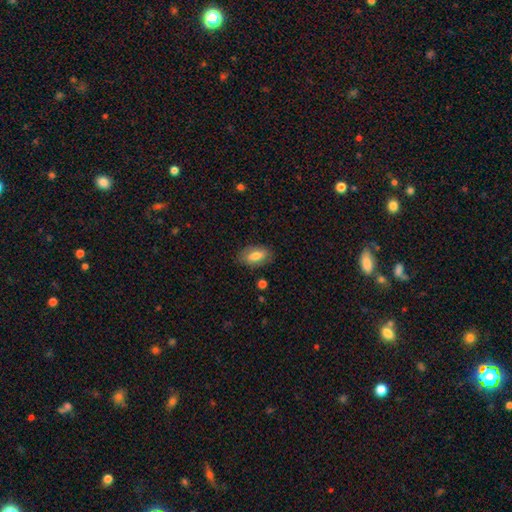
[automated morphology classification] The model was most divided on "smooth or featured": smooth: 74%, featured or disk: 19%, star or artifact: 7%. More confident: how rounded — in between (90%); merging — none (83%).